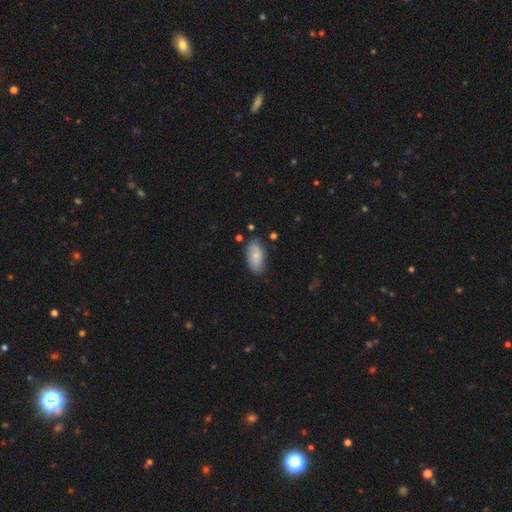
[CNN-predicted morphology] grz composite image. It shows a smooth galaxy with no disk features (76%) that is in between round and cigar-shaped (92%). Merging: none (78%).